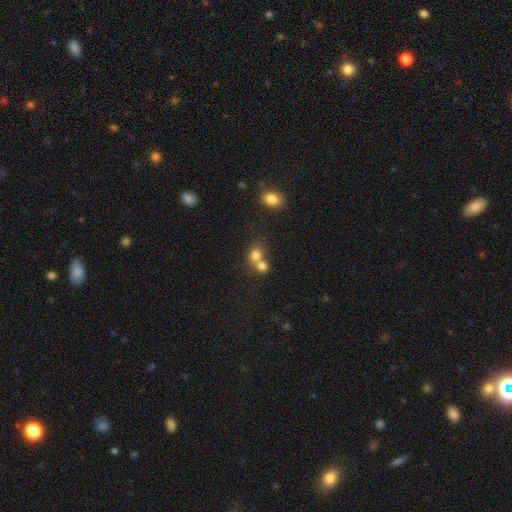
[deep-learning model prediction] A smooth galaxy with no disk features (76%) that is round (71%).

Vote fractions:
- Smooth or featured? smooth: 76% / star or artifact: 13% / featured or disk: 11%
- How rounded? round: 71% / in between: 28% / cigar-shaped: 1%
- Merging? merger: 56% / none: 35% / minor disturbance: 6% / major disturbance: 3%